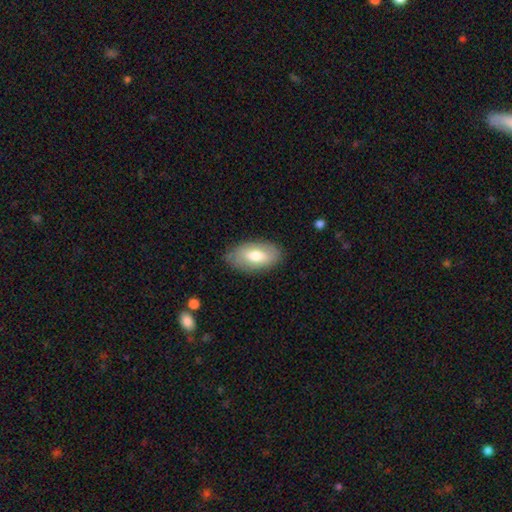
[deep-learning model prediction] A smooth galaxy with no disk features (68%) that is in between round and cigar-shaped (93%). Merging: none (80%).